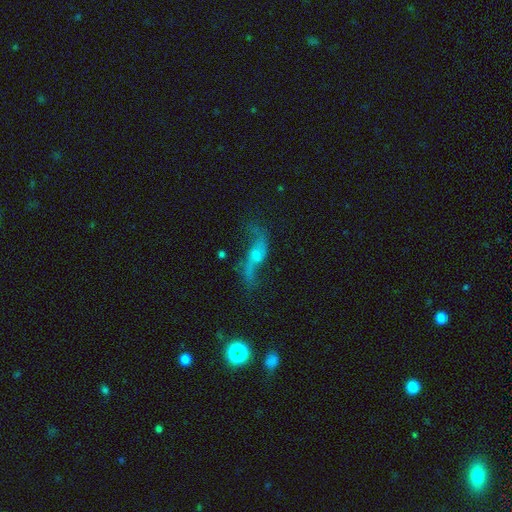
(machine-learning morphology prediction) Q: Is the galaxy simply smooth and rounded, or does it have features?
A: featured or disk — 75%.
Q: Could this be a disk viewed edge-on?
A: no — 87%.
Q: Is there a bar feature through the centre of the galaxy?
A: no — 56%.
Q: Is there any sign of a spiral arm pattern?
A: yes — 87%.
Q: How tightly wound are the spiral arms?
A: loose — 91%.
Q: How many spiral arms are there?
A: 2 — 90%.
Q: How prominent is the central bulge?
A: small — 46%.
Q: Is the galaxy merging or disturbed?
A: none — 55%.